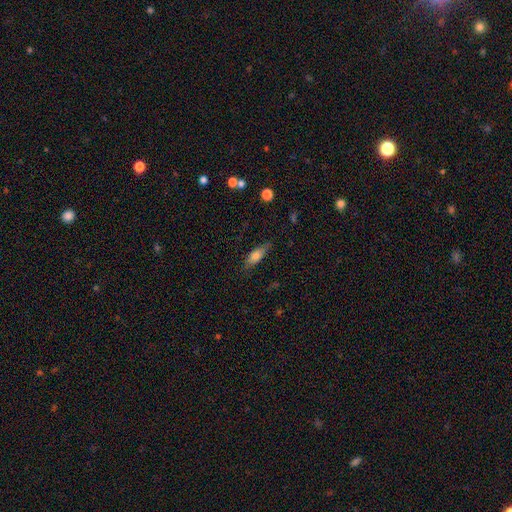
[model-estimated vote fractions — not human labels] A smooth galaxy with no disk features (71%) that is in between round and cigar-shaped (61%). Merging: none (77%).